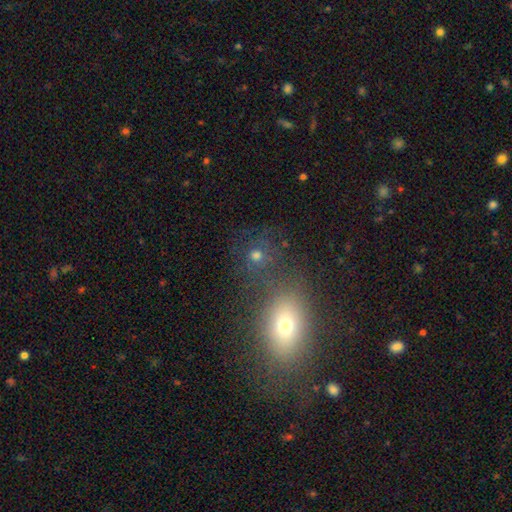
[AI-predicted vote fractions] Smooth or featured?
  - smooth: 56% *
  - star or artifact: 29%
  - featured or disk: 16%
How rounded?
  - round: 55% *
  - in between: 42%
  - cigar-shaped: 3%
Merging?
  - none: 64% *
  - merger: 16%
  - minor disturbance: 12%
  - major disturbance: 7%